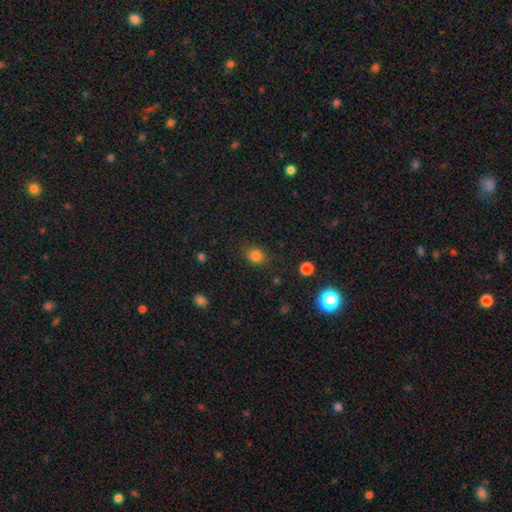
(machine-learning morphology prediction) Smooth or featured: smooth — 83% (star or artifact — 13%)
How rounded: round — 57% (in between — 42%)
Merging: none — 83% (minor disturbance — 12%)